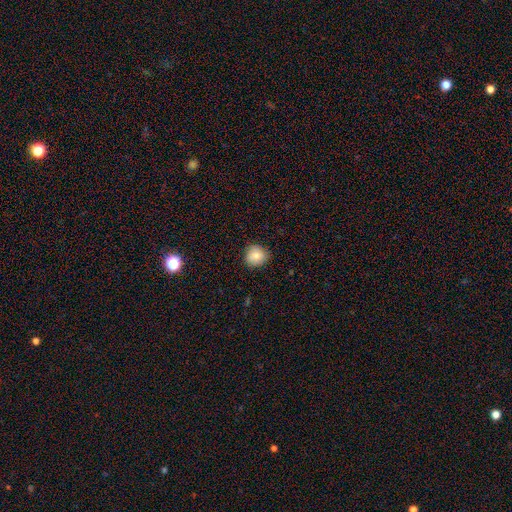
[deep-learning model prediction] Q: Smooth or featured?
A: smooth (80%); runner-up: featured or disk (10%)
Q: How rounded?
A: round (88%); runner-up: in between (11%)
Q: Merging?
A: none (83%); runner-up: minor disturbance (14%)